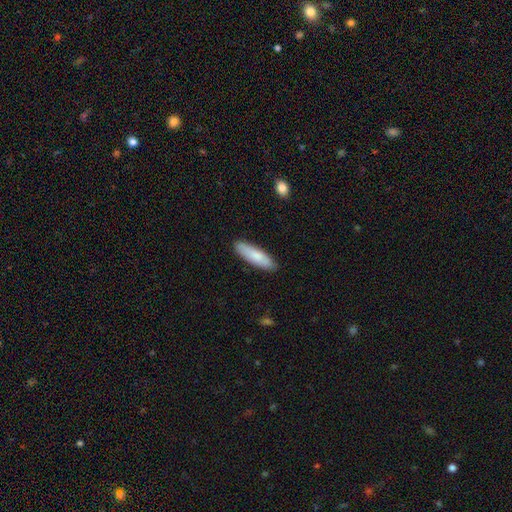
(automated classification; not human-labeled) Smooth or featured?
  - smooth: 81% *
  - featured or disk: 14%
  - star or artifact: 5%
How rounded?
  - cigar-shaped: 59% *
  - in between: 39%
  - round: 2%
Merging?
  - none: 87% *
  - minor disturbance: 10%
  - major disturbance: 2%
  - merger: 1%